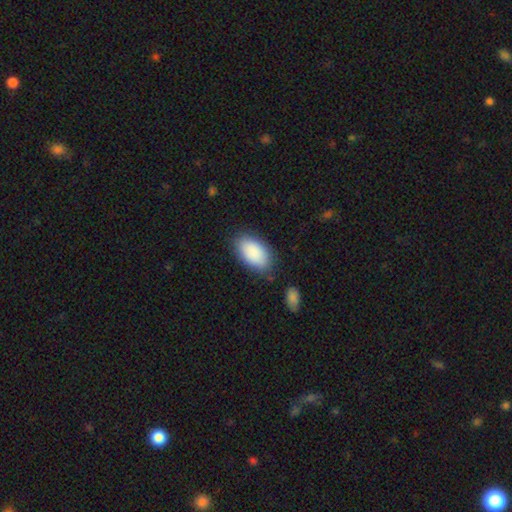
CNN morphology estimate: Smooth or featured: smooth — 89% (star or artifact — 6%)
How rounded: in between — 94% (round — 3%)
Merging: none — 80% (minor disturbance — 14%)